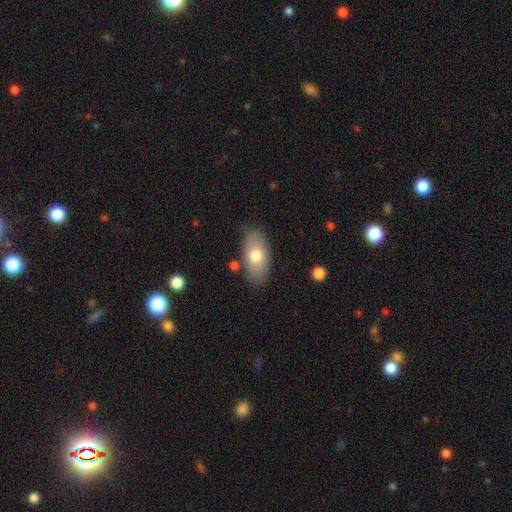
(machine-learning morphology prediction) Overall: smooth (72%). How rounded: in between (93%). Merging: none (78%).